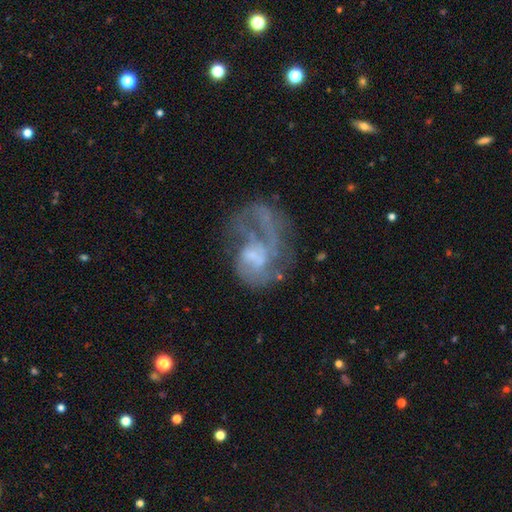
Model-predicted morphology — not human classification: Smooth or featured?
  - featured or disk: 71% *
  - smooth: 19%
  - star or artifact: 10%
Edge-on disk?
  - no: 98% *
  - yes: 2%
Bar?
  - no: 64% *
  - weak: 30%
  - strong: 6%
Spiral arms?
  - yes: 61% *
  - no: 39%
Bulge size?
  - none: 39% *
  - small: 34%
  - moderate: 21%
  - large: 4%
  - dominant: 2%
Merging?
  - major disturbance: 51% *
  - none: 26%
  - minor disturbance: 14%
  - merger: 9%